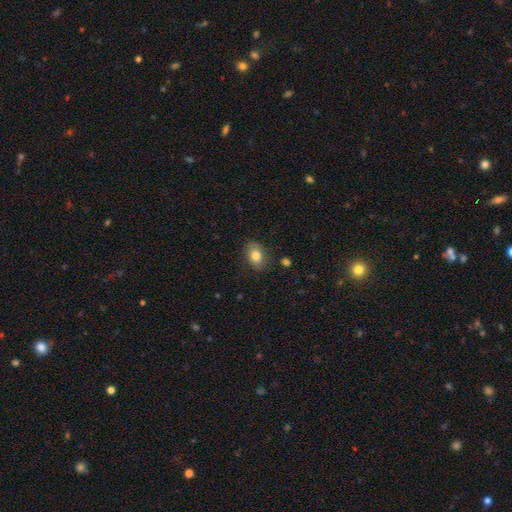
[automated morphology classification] Smooth or featured?
  - smooth: 80% *
  - featured or disk: 11%
  - star or artifact: 8%
How rounded?
  - in between: 80% *
  - round: 19%
  - cigar-shaped: 1%
Merging?
  - none: 82% *
  - minor disturbance: 14%
  - major disturbance: 3%
  - merger: 2%